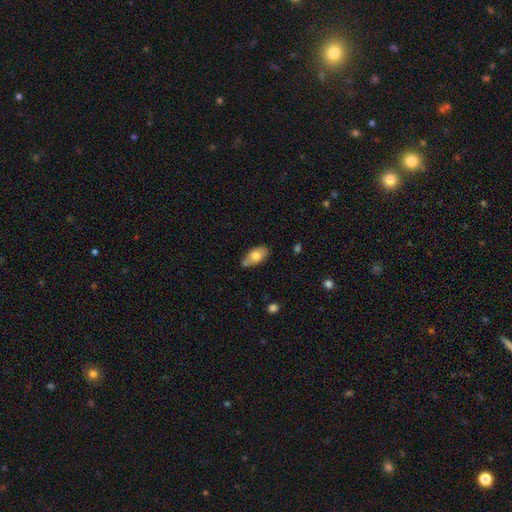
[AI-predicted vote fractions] Morphology: type=smooth (72%); roundness=in between (90%); merging=none (63%).